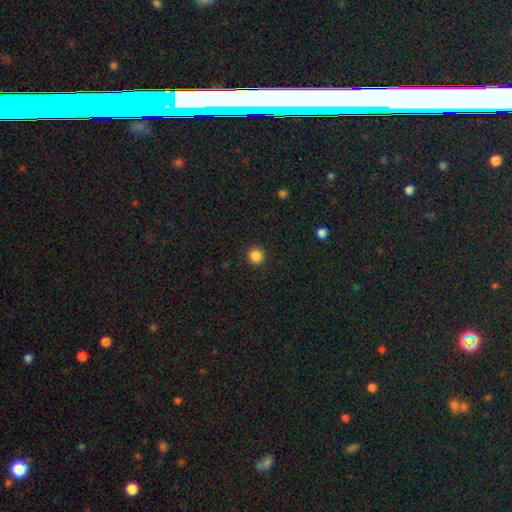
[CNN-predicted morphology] smooth-or-featured: smooth: 86% | star or artifact: 11% | featured or disk: 3%
  how-rounded: round: 94% | in between: 5% | cigar-shaped: 1%
  merging: none: 92% | minor disturbance: 5% | major disturbance: 2% | merger: 1%